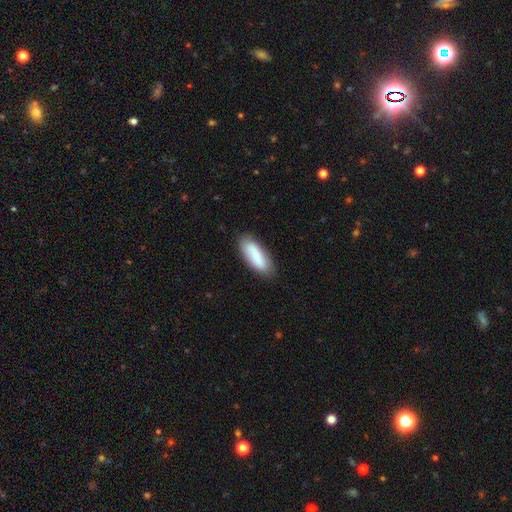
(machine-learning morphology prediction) Q: Smooth or featured?
A: smooth (80%); runner-up: featured or disk (14%)
Q: How rounded?
A: in between (65%); runner-up: cigar-shaped (33%)
Q: Merging?
A: none (83%); runner-up: minor disturbance (13%)